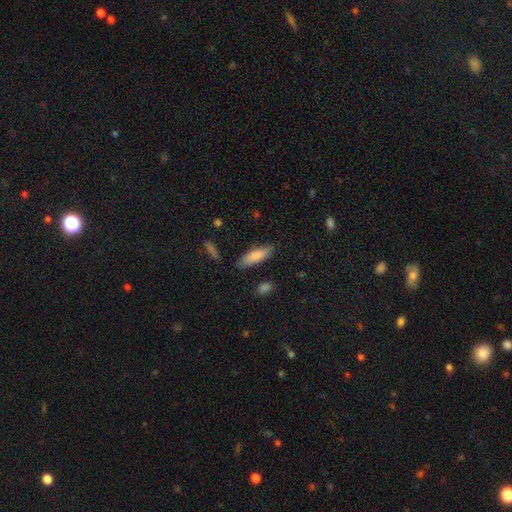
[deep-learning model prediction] Smooth or featured? Predicted: smooth (p=0.80). How rounded? Predicted: cigar-shaped (p=0.50). Merging? Predicted: none (p=0.83).